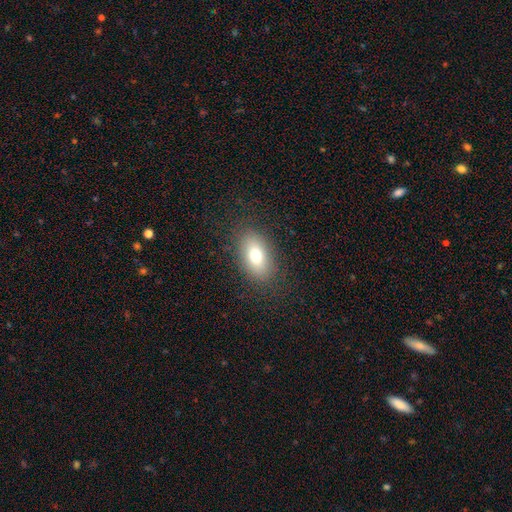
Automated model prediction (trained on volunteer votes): Q: Smooth or featured?
A: smooth (75%); runner-up: featured or disk (15%)
Q: How rounded?
A: in between (88%); runner-up: round (9%)
Q: Merging?
A: none (85%); runner-up: minor disturbance (10%)